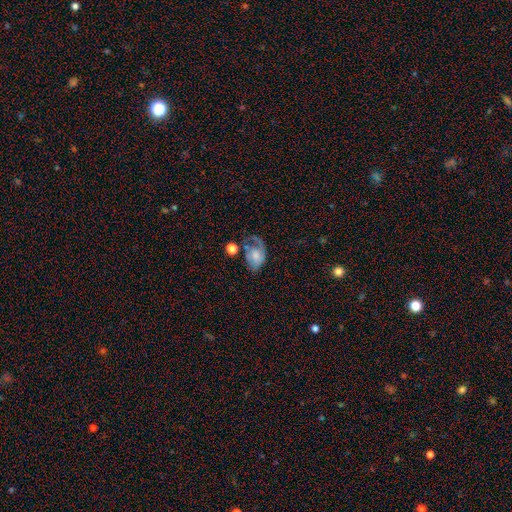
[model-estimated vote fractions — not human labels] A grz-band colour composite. It shows a smooth galaxy with no disk features (49%). Merging: major disturbance (36%).